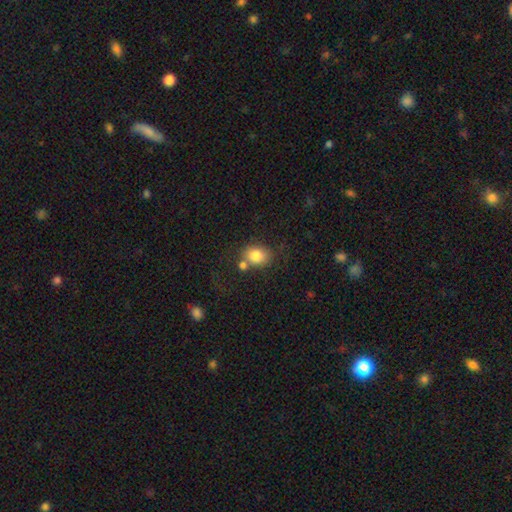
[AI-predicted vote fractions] This is clearly a smooth galaxy (82%). How rounded: possibly round (50%). Merging: possibly none (59%).